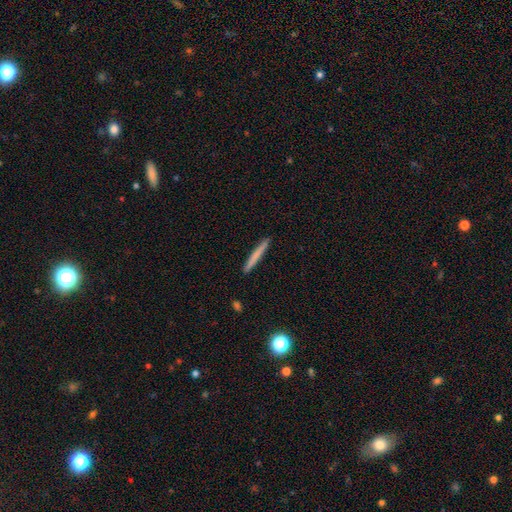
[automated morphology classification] Q: Smooth or featured?
A: smooth (71%); runner-up: featured or disk (23%)
Q: How rounded?
A: cigar-shaped (97%); runner-up: in between (2%)
Q: Merging?
A: none (92%); runner-up: minor disturbance (6%)